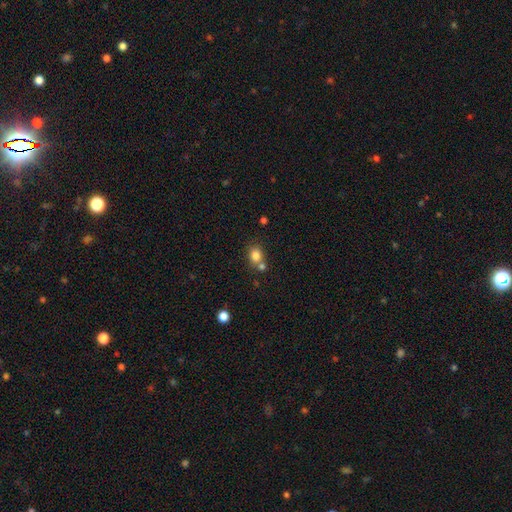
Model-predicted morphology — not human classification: Q: Smooth or featured?
A: smooth (82%); runner-up: star or artifact (12%)
Q: How rounded?
A: round (64%); runner-up: in between (35%)
Q: Merging?
A: none (57%); runner-up: merger (28%)